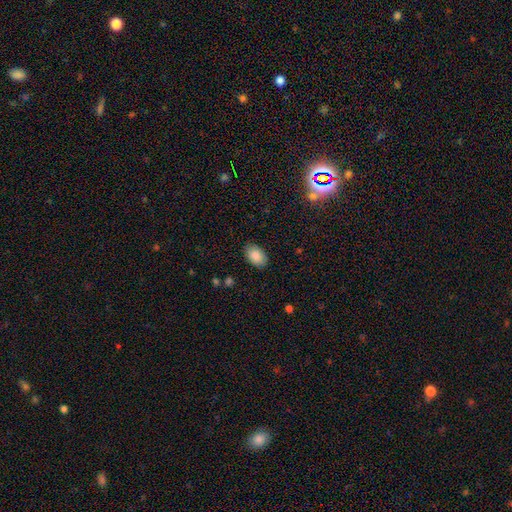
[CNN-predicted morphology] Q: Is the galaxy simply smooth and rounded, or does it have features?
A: smooth — 87%.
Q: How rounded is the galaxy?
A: in between — 89%.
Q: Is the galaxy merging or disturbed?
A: none — 85%.